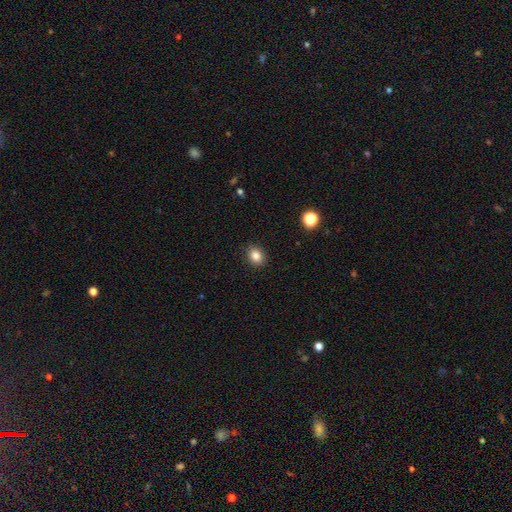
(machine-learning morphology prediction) smooth 85%, star or artifact 11%, featured or disk 5%. Down the decision tree: how rounded — in between (52%); merging — none (89%).